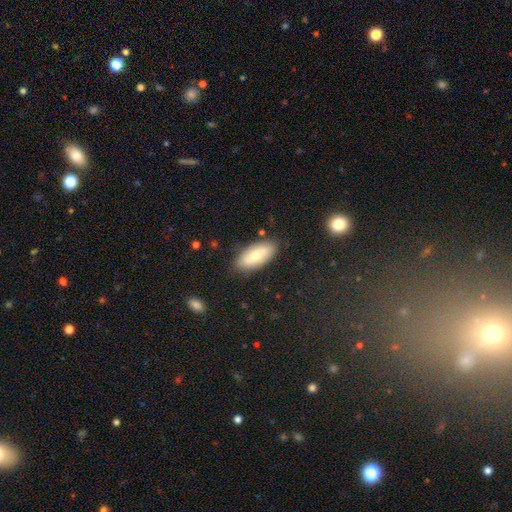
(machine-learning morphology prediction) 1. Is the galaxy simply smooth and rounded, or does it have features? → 71% smooth, 23% featured or disk, 6% star or artifact.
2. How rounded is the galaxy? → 88% in between, 10% cigar-shaped, 2% round.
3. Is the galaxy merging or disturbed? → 83% none, 12% minor disturbance, 3% major disturbance, 2% merger.